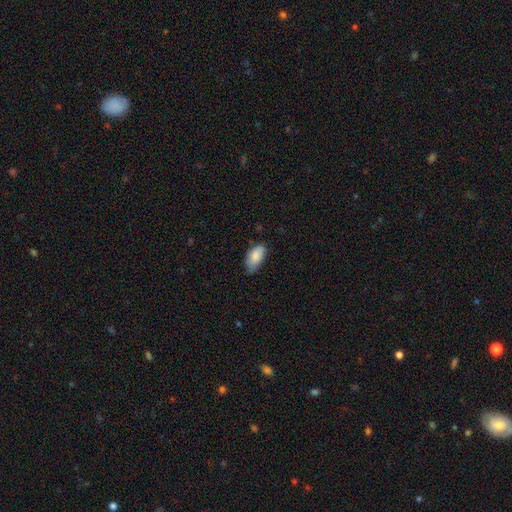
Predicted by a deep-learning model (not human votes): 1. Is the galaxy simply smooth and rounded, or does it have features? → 85% smooth, 8% featured or disk, 6% star or artifact.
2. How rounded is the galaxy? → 94% in between, 4% cigar-shaped, 3% round.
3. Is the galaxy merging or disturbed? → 62% none, 32% minor disturbance, 5% major disturbance, 1% merger.